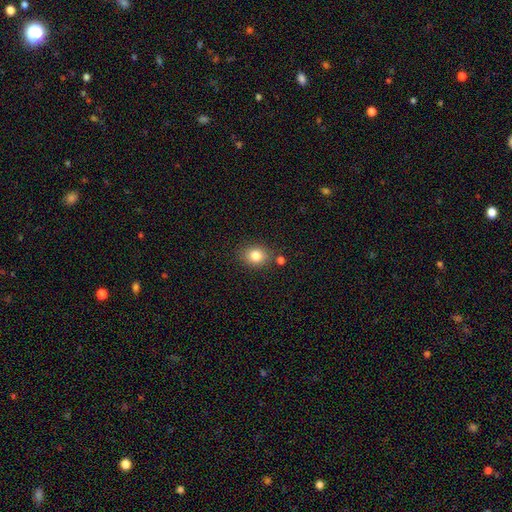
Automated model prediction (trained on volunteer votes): smooth 82%, star or artifact 11%, featured or disk 7%. Down the decision tree: how rounded — round (59%); merging — none (80%).